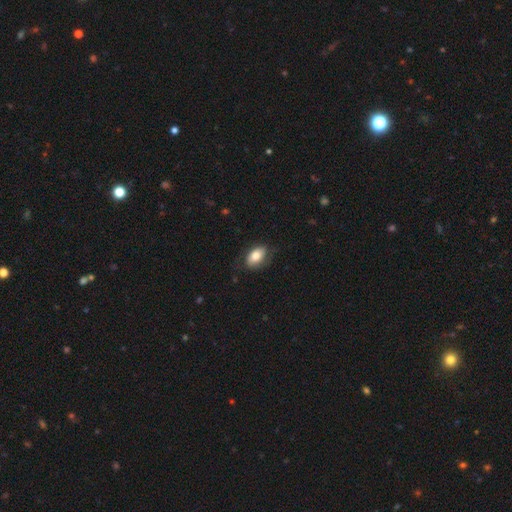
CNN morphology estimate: This is likely a smooth galaxy (77%). How rounded: clearly in between (90%). Merging: likely none (72%).